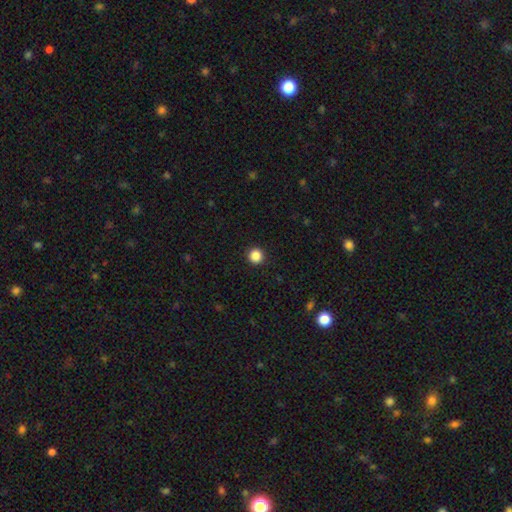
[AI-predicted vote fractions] smooth_or_featured: smooth (p=0.86) [alt: star or artifact p=0.11]
how_rounded: round (p=0.96) [alt: in between p=0.03]
merging: none (p=0.93) [alt: minor disturbance p=0.04]